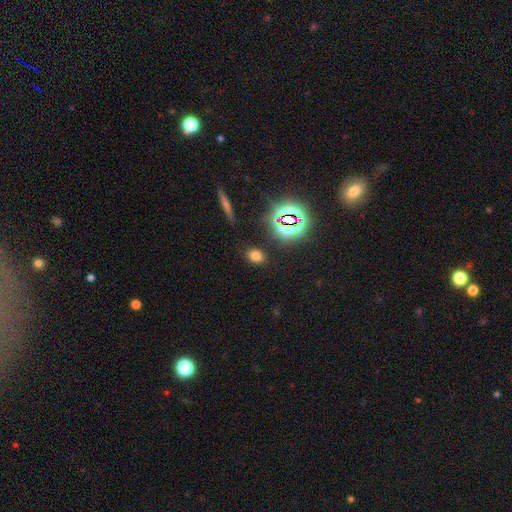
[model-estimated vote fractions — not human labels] The model was most divided on "how rounded": in between: 63%, round: 35%, cigar-shaped: 2%. More confident: merging — none (86%); smooth or featured — smooth (67%).